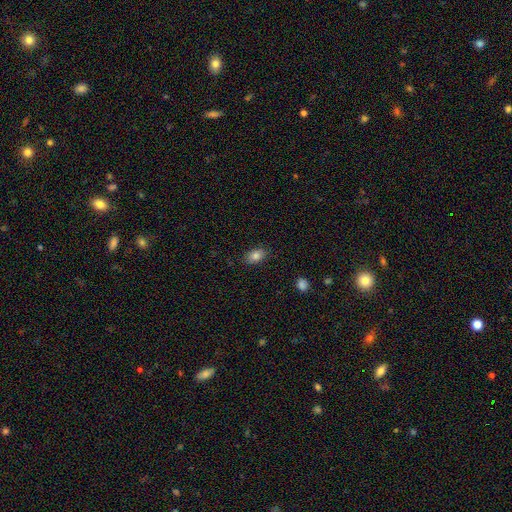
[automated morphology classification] Smooth or featured? smooth (84%)
How rounded? in between (85%)
Merging? none (84%)